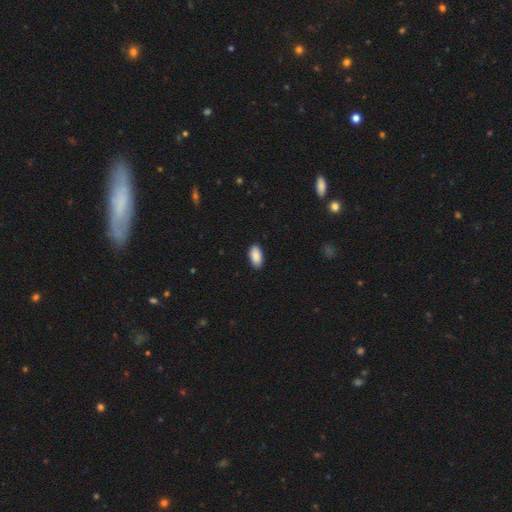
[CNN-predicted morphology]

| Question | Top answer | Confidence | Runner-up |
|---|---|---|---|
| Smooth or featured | smooth | 91% | star or artifact (6%) |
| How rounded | in between | 94% | cigar-shaped (4%) |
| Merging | none | 89% | minor disturbance (8%) |